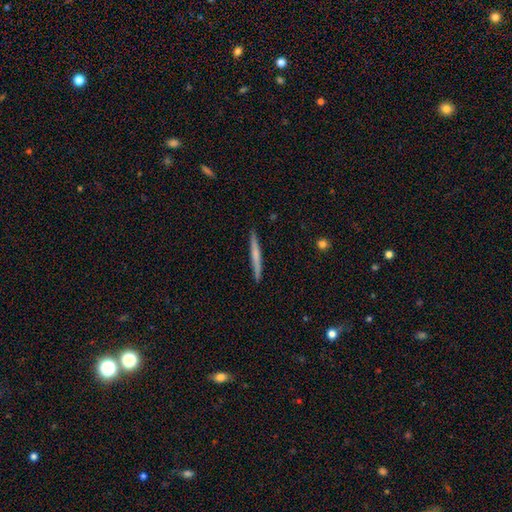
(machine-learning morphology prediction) A smooth galaxy with no disk features (50%) that is cigar-shaped (97%).

Vote fractions:
- Smooth or featured? smooth: 50% / featured or disk: 44% / star or artifact: 6%
- How rounded? cigar-shaped: 97% / in between: 2% / round: 1%
- Merging? none: 91% / minor disturbance: 6% / major disturbance: 1% / merger: 1%